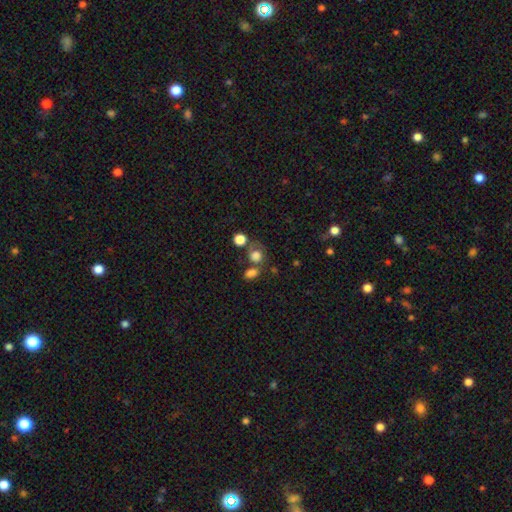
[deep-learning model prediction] Smooth or featured: smooth — 76% (star or artifact — 14%)
How rounded: round — 61% (in between — 38%)
Merging: none — 45% (merger — 29%)